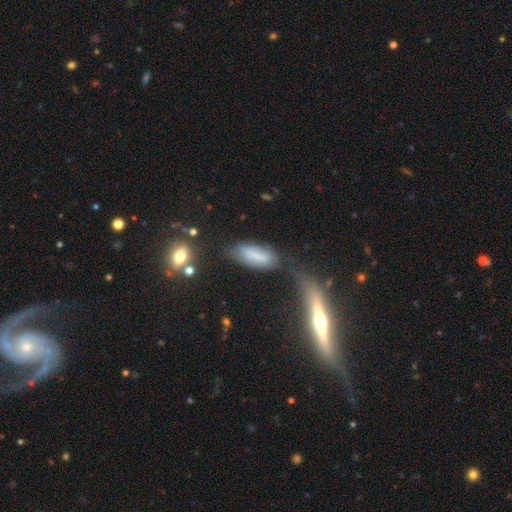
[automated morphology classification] This appears to be a smooth galaxy with no disk features (67%) that is in between round and cigar-shaped (63%). Merging: none (52%).